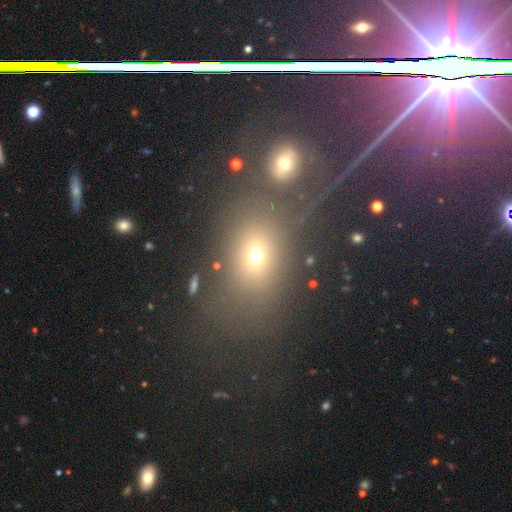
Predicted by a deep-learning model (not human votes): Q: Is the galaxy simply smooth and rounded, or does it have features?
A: smooth — 53%.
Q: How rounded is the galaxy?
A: in between — 59%.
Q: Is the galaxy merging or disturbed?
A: none — 61%.